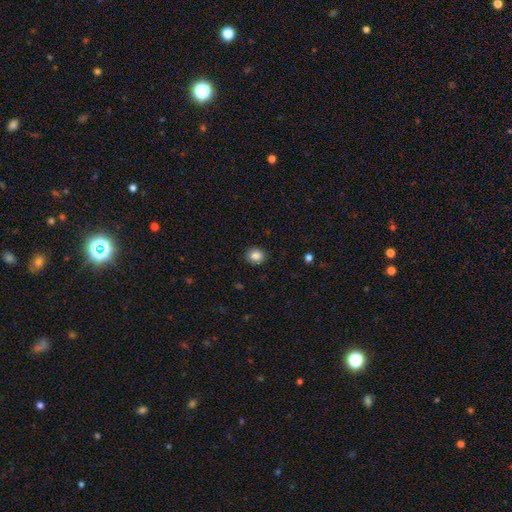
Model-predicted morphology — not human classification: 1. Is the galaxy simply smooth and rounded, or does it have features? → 86% smooth, 10% star or artifact, 4% featured or disk.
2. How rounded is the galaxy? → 80% round, 19% in between, 1% cigar-shaped.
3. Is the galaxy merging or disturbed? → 90% none, 7% minor disturbance, 2% major disturbance, 1% merger.